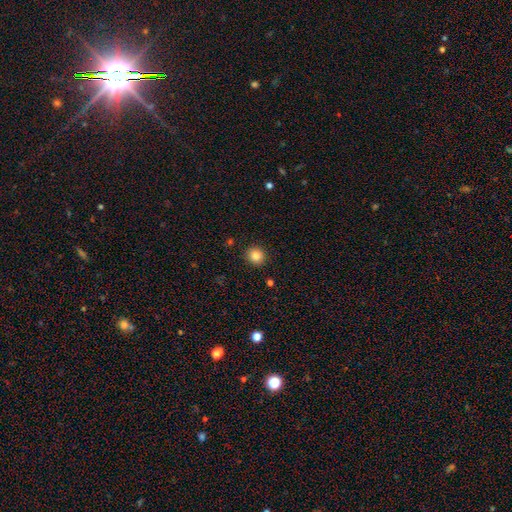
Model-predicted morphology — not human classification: A smooth galaxy with no disk features (85%) that is round (91%). Merging: none (92%).